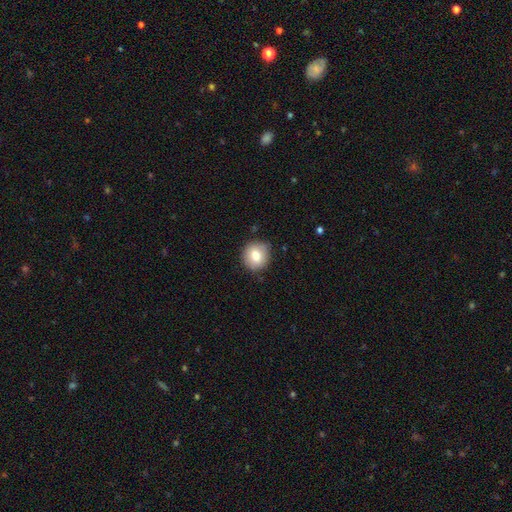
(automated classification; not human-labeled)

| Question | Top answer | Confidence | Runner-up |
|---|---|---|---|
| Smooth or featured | smooth | 79% | featured or disk (12%) |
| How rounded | round | 87% | in between (12%) |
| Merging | none | 82% | minor disturbance (14%) |